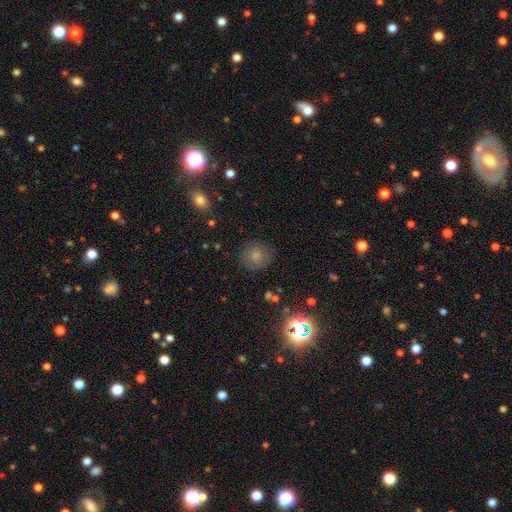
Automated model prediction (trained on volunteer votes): Morphology: type=smooth (74%); roundness=round (83%); merging=none (76%).